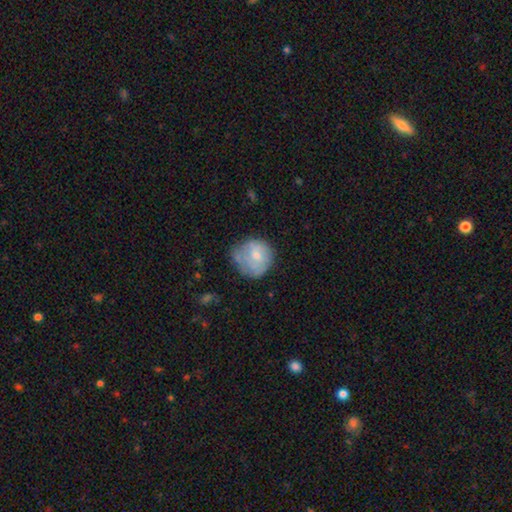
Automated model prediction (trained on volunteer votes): smooth 60%, featured or disk 32%, star or artifact 8%. Down the decision tree: how rounded — round (84%); merging — none (48%).